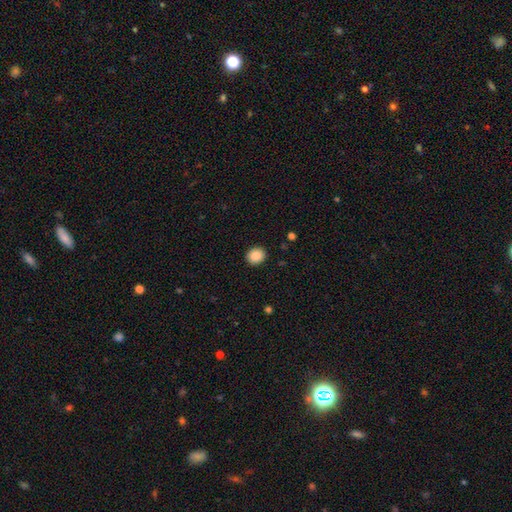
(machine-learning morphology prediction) A smooth galaxy with no disk features (87%) that is round (72%). Merging: none (91%).